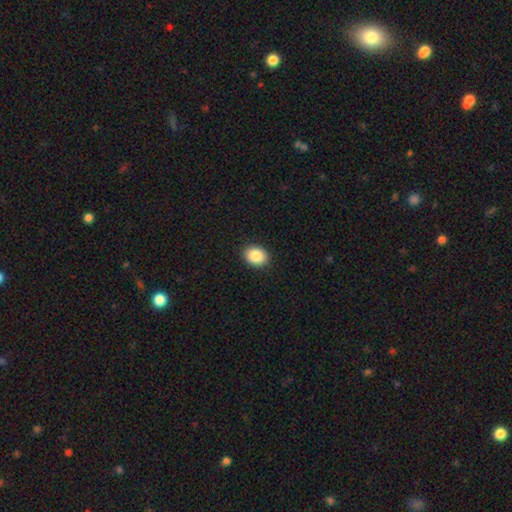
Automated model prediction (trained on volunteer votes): Overall: smooth (87%). How rounded: in between (60%; round 40%). Merging: none (91%).